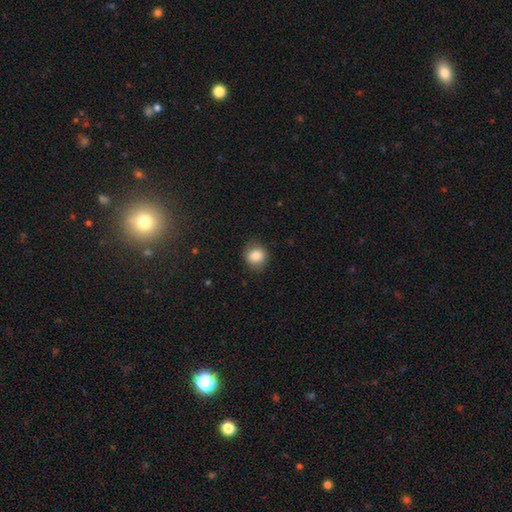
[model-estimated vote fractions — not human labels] Morphology: type=smooth (85%); roundness=round (81%); merging=none (84%).